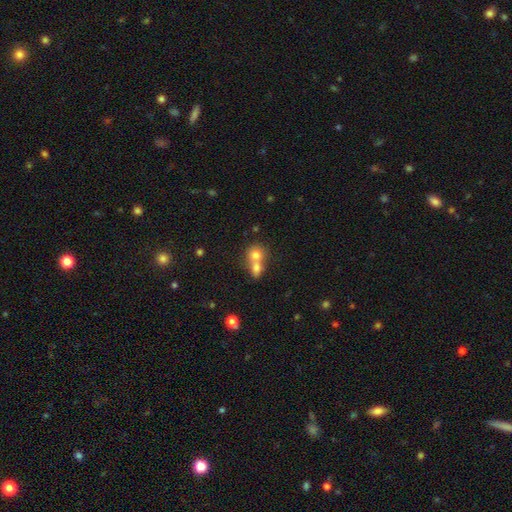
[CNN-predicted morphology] smooth_or_featured: smooth (p=0.73) [alt: featured or disk p=0.16]
how_rounded: round (p=0.71) [alt: in between p=0.27]
merging: merger (p=0.68) [alt: none p=0.24]